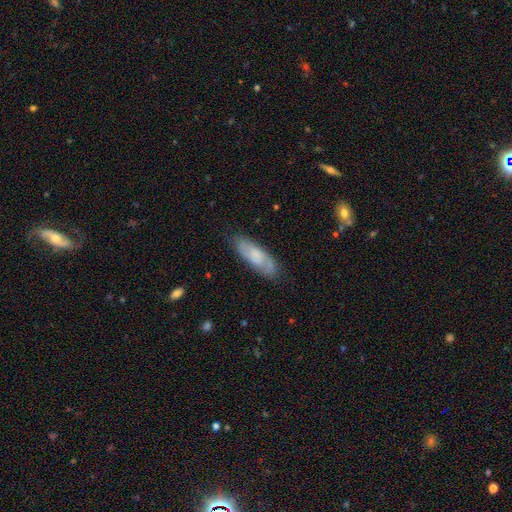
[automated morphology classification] Smooth or featured? smooth (49%)
Merging? none (77%)